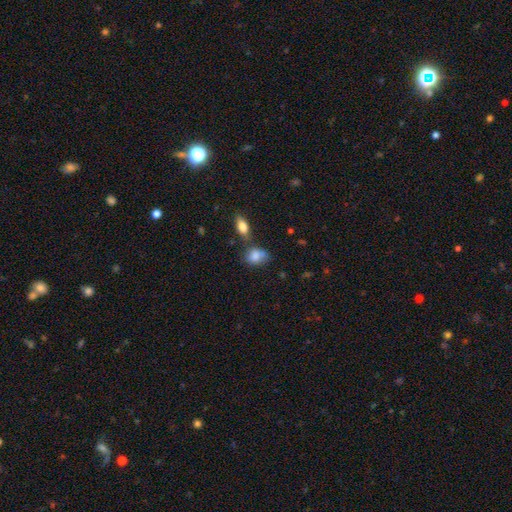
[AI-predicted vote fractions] Smooth or featured? Predicted: smooth (p=0.81). How rounded? Predicted: in between (p=0.69). Merging? Predicted: none (p=0.47).